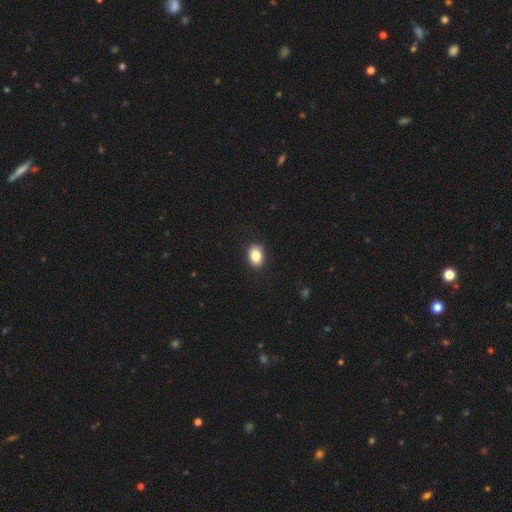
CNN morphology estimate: This appears to be a smooth galaxy with no disk features (85%) that is in between round and cigar-shaped (73%). Merging: none (90%).